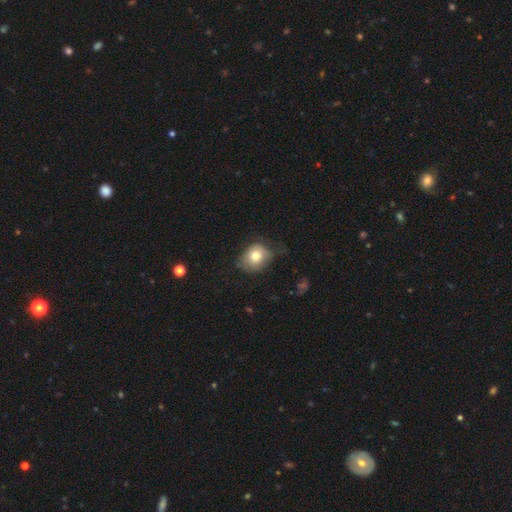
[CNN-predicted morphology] Smooth or featured? Predicted: smooth (p=0.76). How rounded? Predicted: round (p=0.59). Merging? Predicted: none (p=0.59).